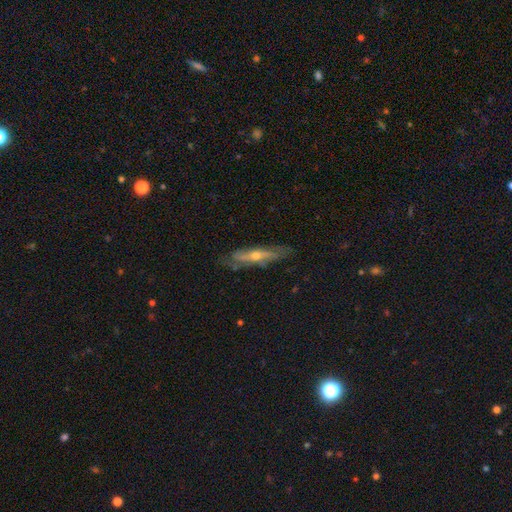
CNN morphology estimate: Q: Smooth or featured?
A: featured or disk (70%); runner-up: smooth (24%)
Q: Edge-on disk?
A: yes (68%); runner-up: no (32%)
Q: Merging?
A: none (73%); runner-up: minor disturbance (19%)